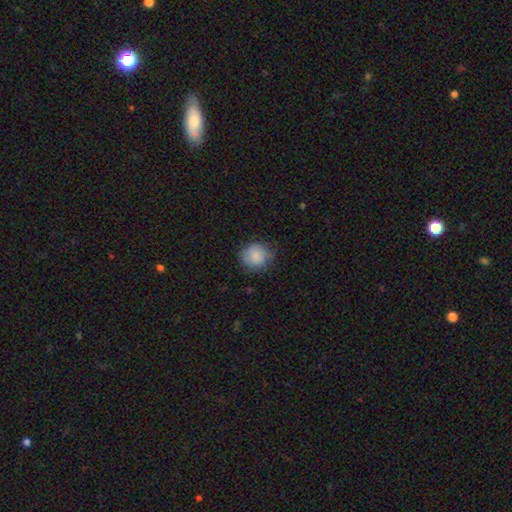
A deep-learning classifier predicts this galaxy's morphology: smooth_or_featured: smooth (p=0.86) [alt: star or artifact p=0.08]
how_rounded: round (p=0.85) [alt: in between p=0.14]
merging: none (p=0.72) [alt: minor disturbance p=0.22]